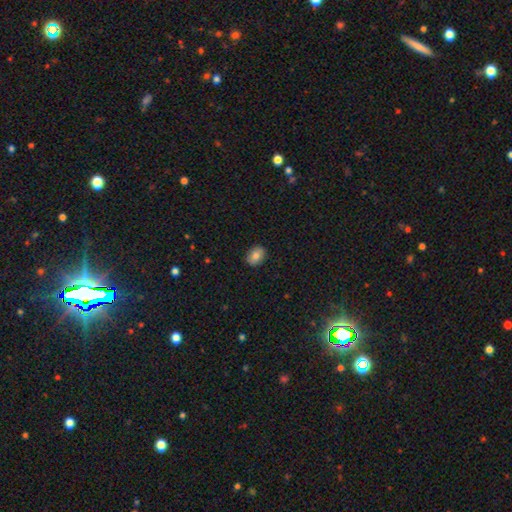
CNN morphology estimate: smooth_or_featured: smooth (p=0.80) [alt: featured or disk p=0.11]
how_rounded: in between (p=0.66) [alt: round p=0.33]
merging: none (p=0.88) [alt: minor disturbance p=0.09]